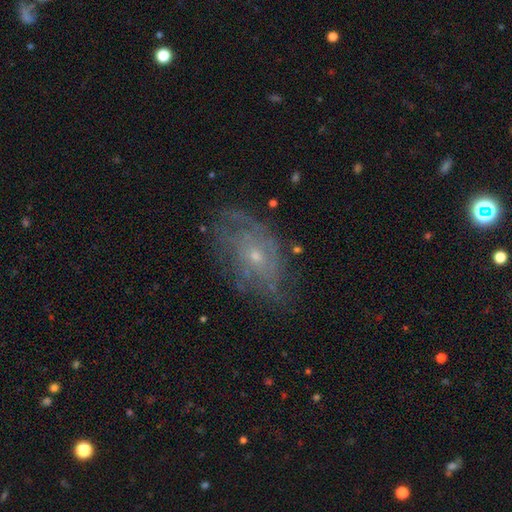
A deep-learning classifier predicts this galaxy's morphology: smooth-or-featured: featured or disk: 68% | smooth: 22% | star or artifact: 10%
  disk-edge-on: no: 94% | yes: 6%
    bar: no: 81% | weak: 16% | strong: 2%
    has-spiral-arms: yes: 69% | no: 31%
    bulge-size: small: 69% | moderate: 27% | none: 2% | large: 1% | dominant: 1%
  merging: none: 60% | minor disturbance: 24% | major disturbance: 14% | merger: 2%